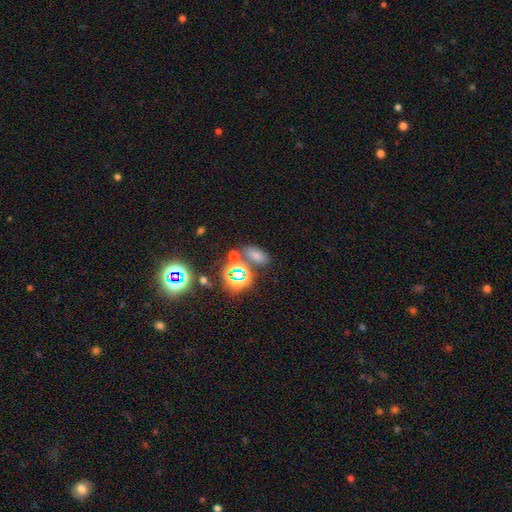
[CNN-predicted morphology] type=smooth (61%); roundness=in between (81%); merging=none (68%).